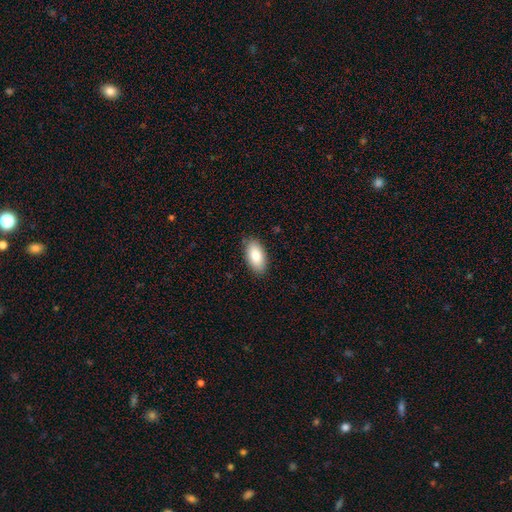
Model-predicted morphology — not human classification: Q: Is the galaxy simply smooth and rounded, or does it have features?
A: smooth — 85%.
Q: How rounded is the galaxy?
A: in between — 94%.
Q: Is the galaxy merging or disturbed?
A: none — 86%.